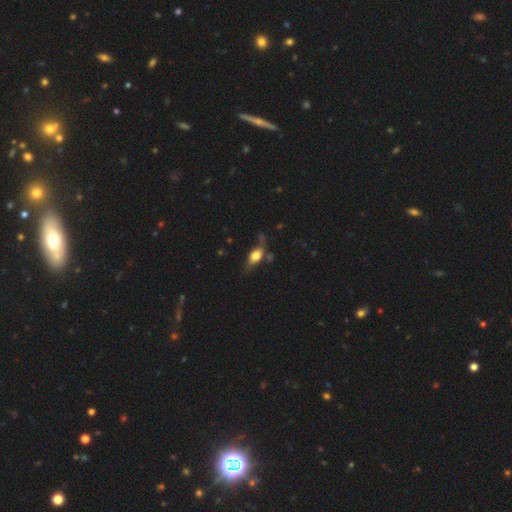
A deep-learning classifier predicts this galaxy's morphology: The model was most divided on "merging": none: 52%, minor disturbance: 28%, major disturbance: 12%, merger: 8%. More confident: how rounded — in between (83%); smooth or featured — smooth (70%).